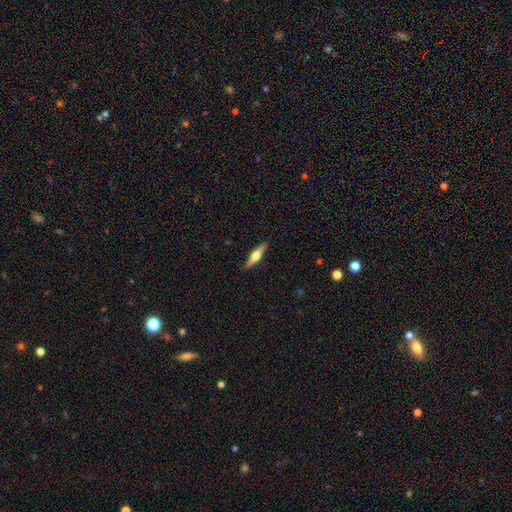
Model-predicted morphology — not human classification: Overall: featured or disk (64%; smooth 30%). Edge-on disk: yes (97%). Edge-on bulge: rounded (94%). Merging: none (90%).